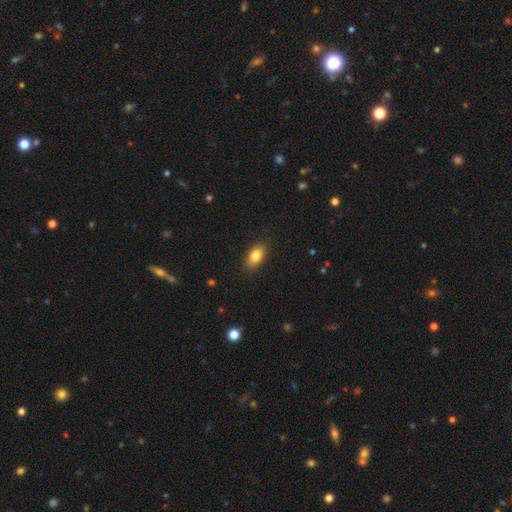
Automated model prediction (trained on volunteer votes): Overall: smooth (82%). How rounded: in between (88%). Merging: none (86%).